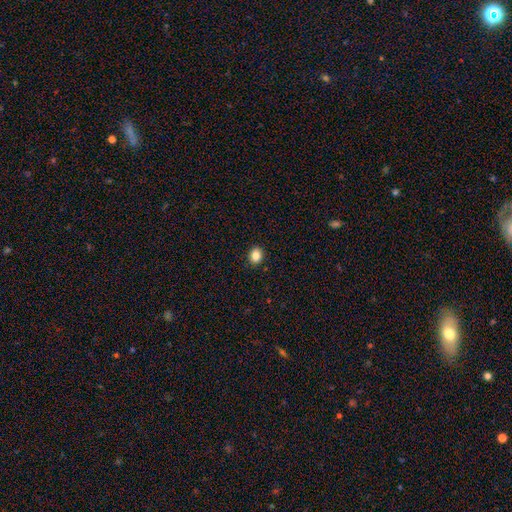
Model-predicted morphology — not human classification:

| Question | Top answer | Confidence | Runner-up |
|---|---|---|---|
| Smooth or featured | smooth | 85% | star or artifact (10%) |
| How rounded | round | 55% | in between (44%) |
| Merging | none | 91% | minor disturbance (6%) |